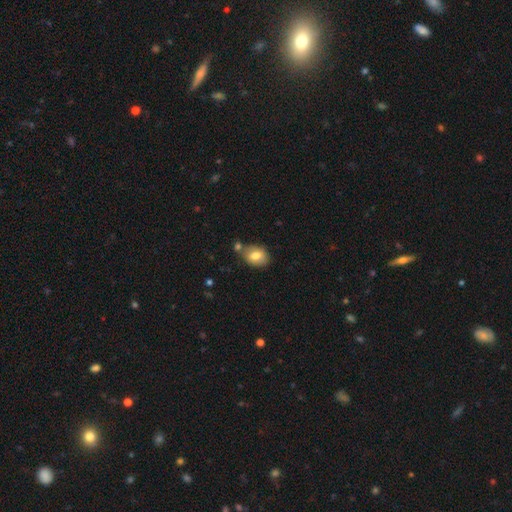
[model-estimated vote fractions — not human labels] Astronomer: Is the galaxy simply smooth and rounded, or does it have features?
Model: smooth — 76%.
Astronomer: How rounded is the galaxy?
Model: in between — 67%.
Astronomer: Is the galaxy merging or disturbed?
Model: none — 62%.